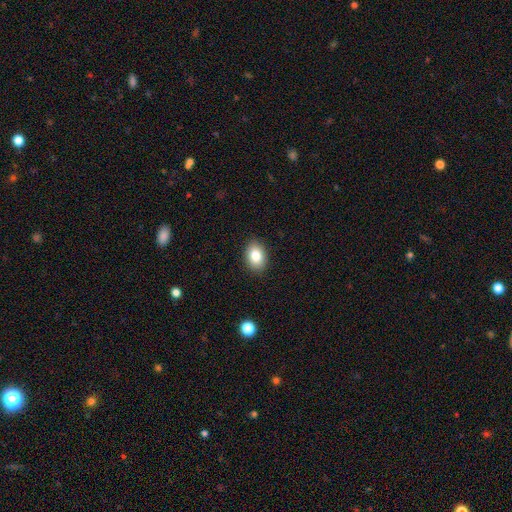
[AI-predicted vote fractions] Smooth or featured? Predicted: smooth (p=0.83). How rounded? Predicted: in between (p=0.79). Merging? Predicted: none (p=0.89).